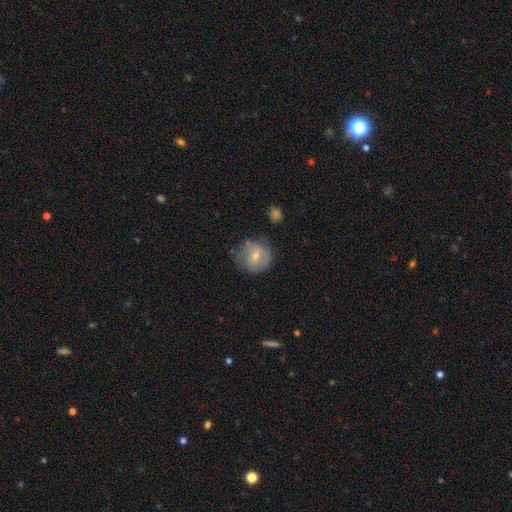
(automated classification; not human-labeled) Smooth or featured? smooth (58%)
How rounded? round (85%)
Merging? none (61%)